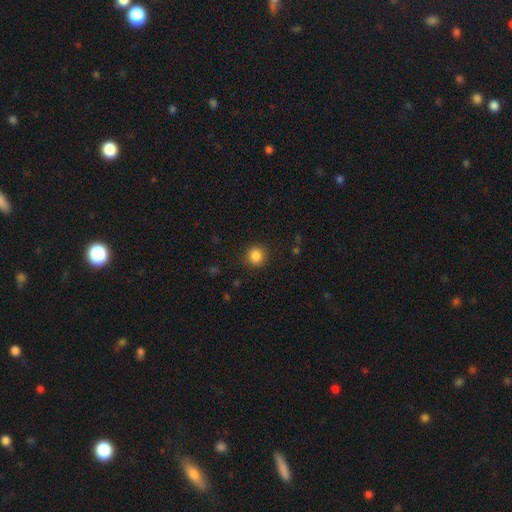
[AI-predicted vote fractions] Smooth or featured? Predicted: smooth (p=0.86). How rounded? Predicted: round (p=0.92). Merging? Predicted: none (p=0.89).